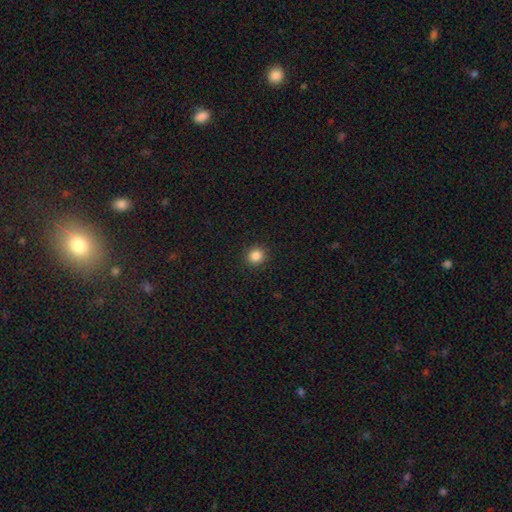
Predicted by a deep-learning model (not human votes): Smooth or featured?
  - smooth: 86% *
  - star or artifact: 11%
  - featured or disk: 4%
How rounded?
  - round: 90% *
  - in between: 9%
  - cigar-shaped: 1%
Merging?
  - none: 92% *
  - minor disturbance: 5%
  - major disturbance: 2%
  - merger: 1%